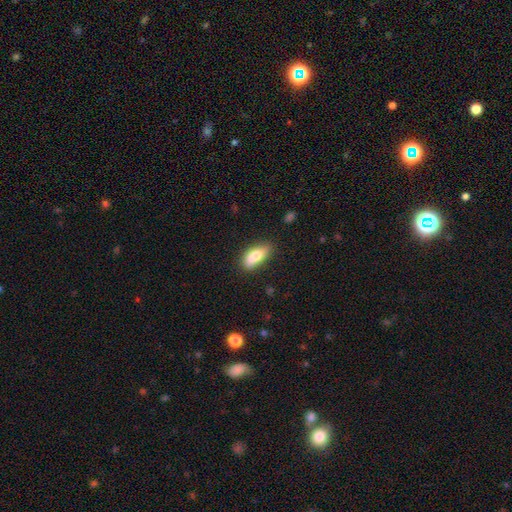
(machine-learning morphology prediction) smooth 75%, featured or disk 18%, star or artifact 7%. Down the decision tree: how rounded — in between (81%); merging — none (72%).